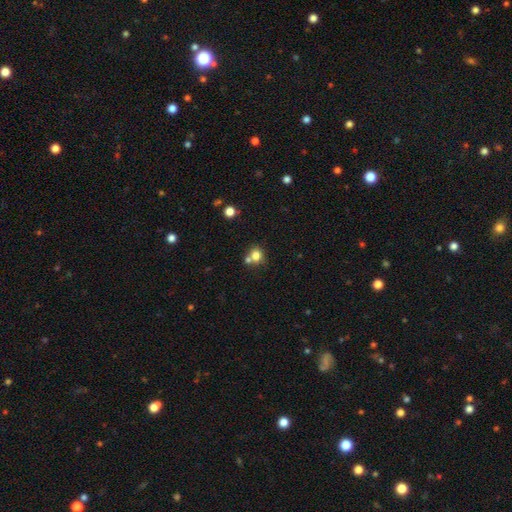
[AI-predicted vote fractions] A smooth galaxy with no disk features (77%) that is round (81%). Merging: none (53%).